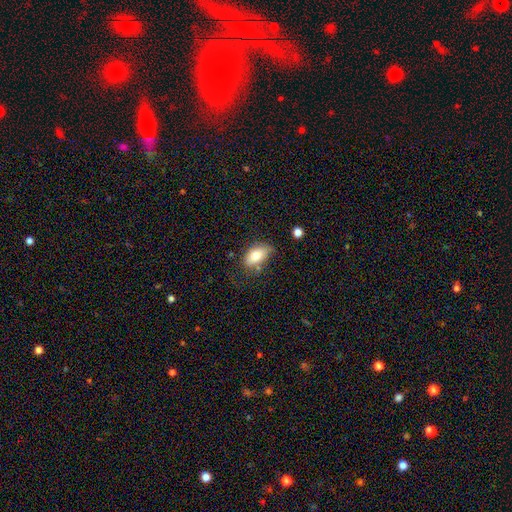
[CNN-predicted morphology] Smooth or featured? smooth (78%)
How rounded? in between (91%)
Merging? none (61%)